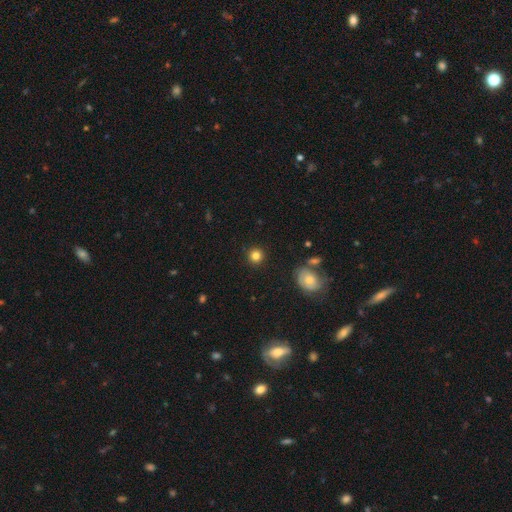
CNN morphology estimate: A smooth galaxy with no disk features (82%) that is round (93%).

Vote fractions:
- Smooth or featured? smooth: 82% / star or artifact: 11% / featured or disk: 7%
- How rounded? round: 93% / in between: 6% / cigar-shaped: 1%
- Merging? none: 89% / minor disturbance: 6% / major disturbance: 2% / merger: 2%